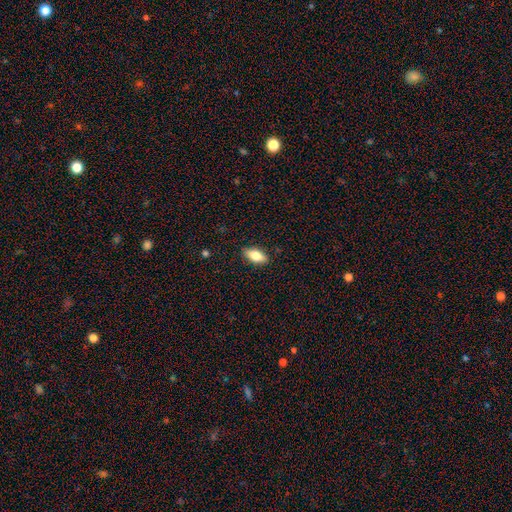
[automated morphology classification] Overall: smooth (77%). How rounded: in between (87%). Merging: none (88%).